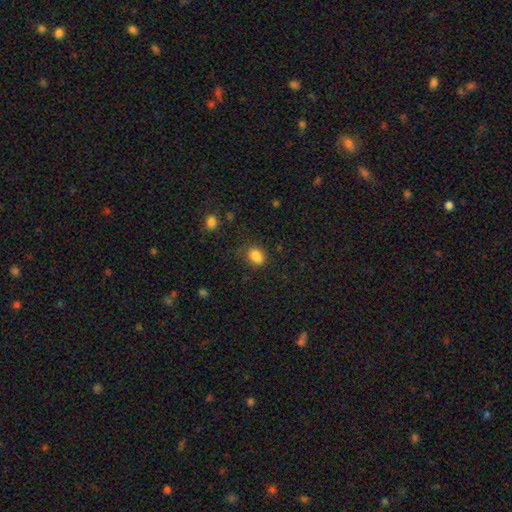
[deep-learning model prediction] Overall: smooth (83%). How rounded: in between (57%; round 42%). Merging: none (71%).